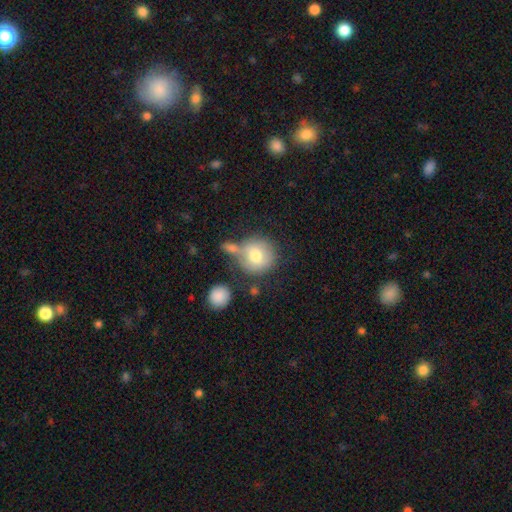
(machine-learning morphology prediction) This is likely a smooth galaxy (74%). How rounded: clearly round (91%). Merging: possibly none (56%).